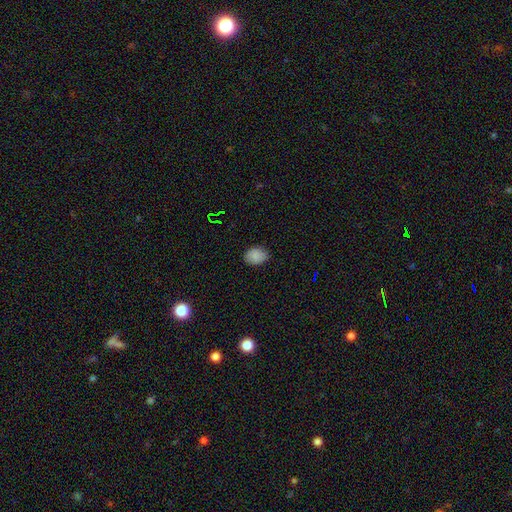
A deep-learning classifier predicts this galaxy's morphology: This is clearly a smooth galaxy (86%). How rounded: likely in between (67%). Merging: clearly none (82%).